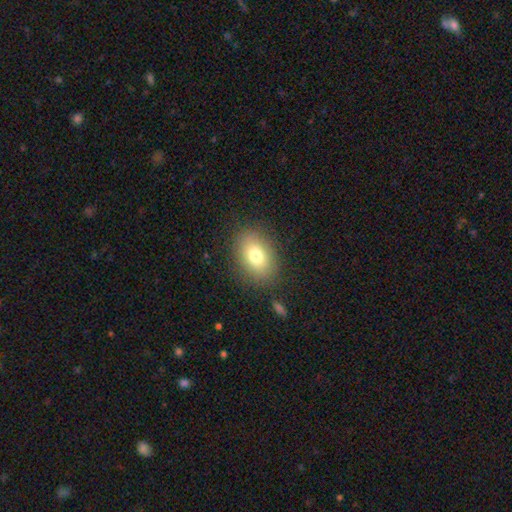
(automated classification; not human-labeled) Q: Smooth or featured?
A: smooth (77%); runner-up: featured or disk (13%)
Q: How rounded?
A: in between (76%); runner-up: round (23%)
Q: Merging?
A: none (85%); runner-up: minor disturbance (10%)